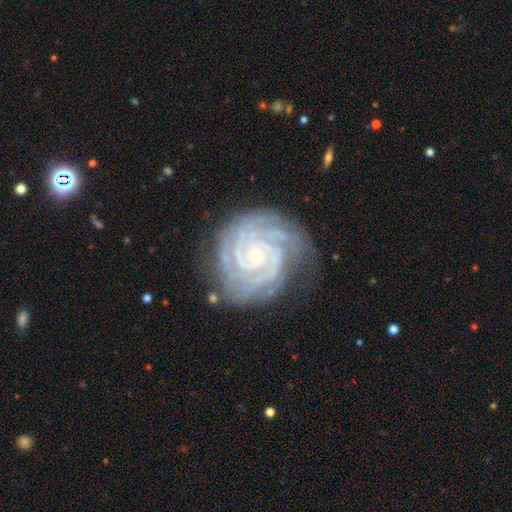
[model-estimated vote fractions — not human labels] smooth_or_featured: featured or disk (p=0.92) [alt: star or artifact p=0.05]
disk_edge_on: no (p=0.98) [alt: yes p=0.02]
bar: no (p=0.71) [alt: weak p=0.20]
has_spiral_arms: yes (p=0.99) [alt: no p=0.01]
spiral_winding: tight (p=0.85) [alt: medium p=0.14]
spiral_arm_count: 3 (p=0.27) [alt: 4 p=0.26]
bulge_size: small (p=0.79) [alt: moderate p=0.18]
merging: none (p=0.74) [alt: minor disturbance p=0.19]